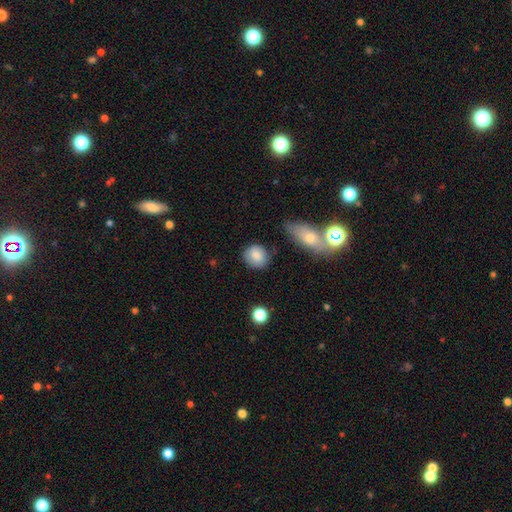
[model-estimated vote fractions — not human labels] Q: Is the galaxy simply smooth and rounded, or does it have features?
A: smooth — 84%.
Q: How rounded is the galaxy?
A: round — 79%.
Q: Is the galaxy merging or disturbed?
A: none — 79%.